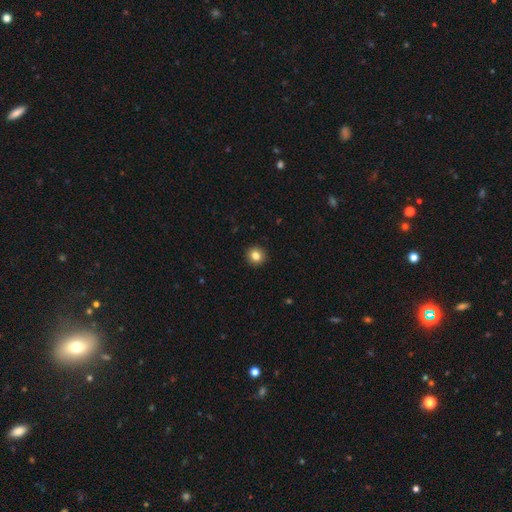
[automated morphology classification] Smooth or featured: smooth — 83% (star or artifact — 10%)
How rounded: round — 91% (in between — 8%)
Merging: none — 93% (minor disturbance — 5%)